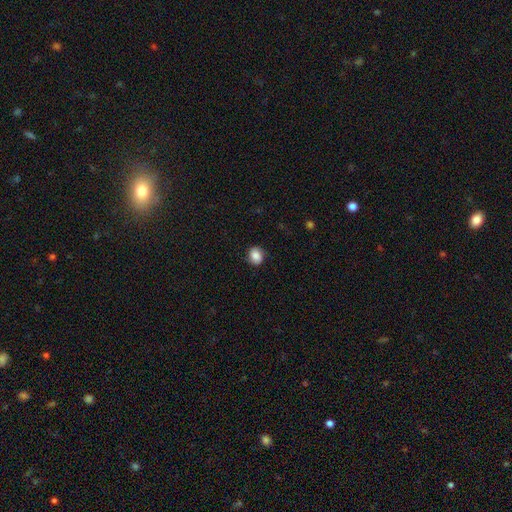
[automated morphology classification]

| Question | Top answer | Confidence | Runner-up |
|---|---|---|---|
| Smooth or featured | smooth | 80% | featured or disk (11%) |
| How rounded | round | 67% | in between (32%) |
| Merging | none | 82% | minor disturbance (14%) |